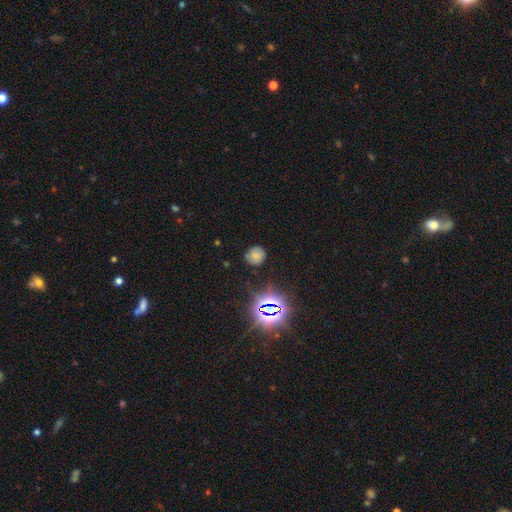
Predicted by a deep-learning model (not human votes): smooth 60%, star or artifact 23%, featured or disk 17%. Down the decision tree: how rounded — round (83%); merging — none (74%).